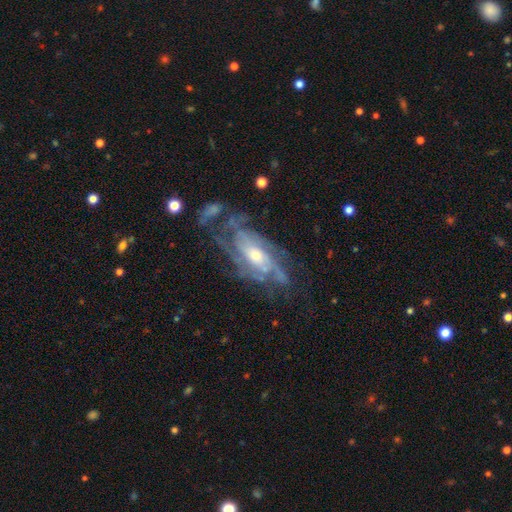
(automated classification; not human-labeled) A featured or disk galaxy (85%) with no bar (66%), tight (53%) spiral arms (90%) and a moderate central bulge (50%).

Vote fractions:
- Smooth or featured? featured or disk: 85% / smooth: 9% / star or artifact: 6%
- Edge-on disk? no: 92% / yes: 8%
- Bar? no: 66% / weak: 26% / strong: 8%
- Spiral arms? yes: 90% / no: 10%
- Spiral winding? tight: 53% / medium: 35% / loose: 13%
- Spiral arm count? can't tell: 42% / 2: 16% / 3: 16% / 4: 15% / more than 4: 6% / 1: 5%
- Bulge size? moderate: 50% / small: 41% / large: 6% / none: 2% / dominant: 1%
- Merging? none: 53% / minor disturbance: 21% / major disturbance: 20% / merger: 5%